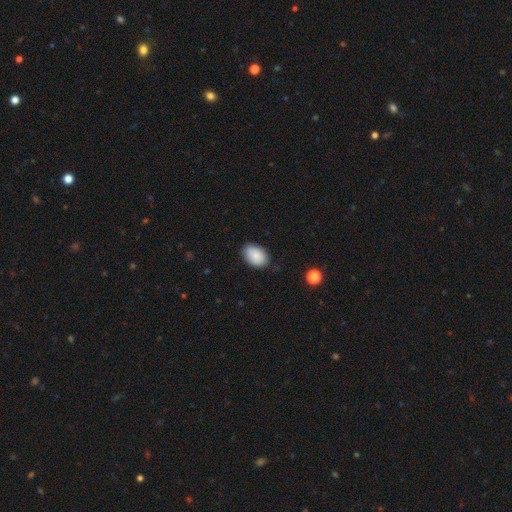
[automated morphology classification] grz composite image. It shows a smooth galaxy with no disk features (87%) that is in between round and cigar-shaped (87%). Merging: none (80%).